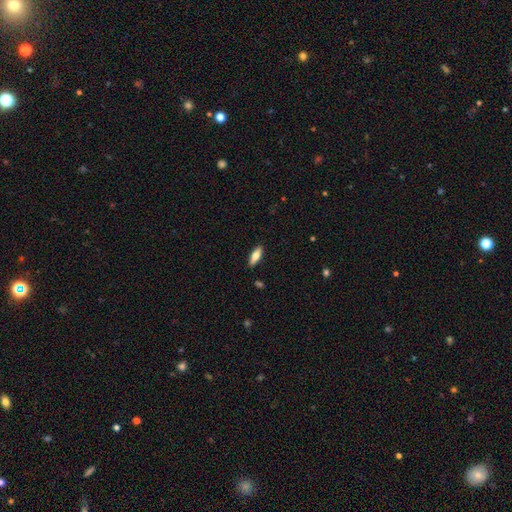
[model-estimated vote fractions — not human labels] smooth 68%, featured or disk 26%, star or artifact 6%. Down the decision tree: how rounded — in between (61%); merging — none (88%).